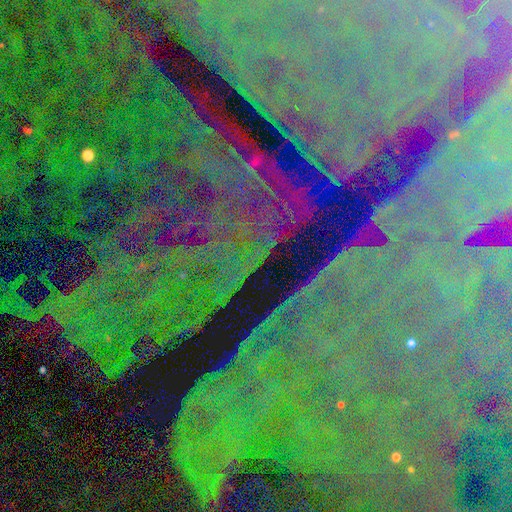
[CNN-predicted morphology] Smooth or featured?
  - star or artifact: 86% *
  - featured or disk: 8%
  - smooth: 6%